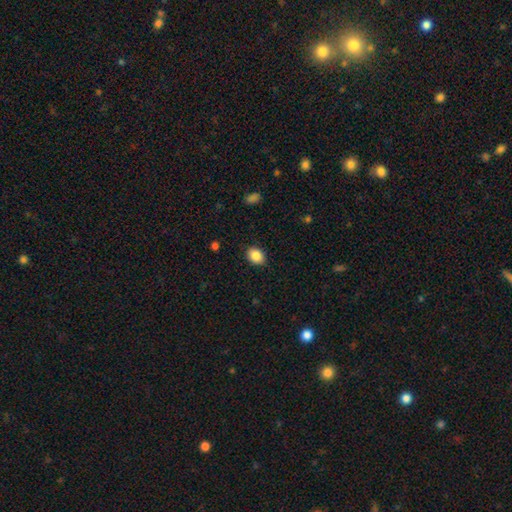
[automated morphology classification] Smooth or featured: smooth — 87% (star or artifact — 9%)
How rounded: in between — 61% (round — 38%)
Merging: none — 88% (minor disturbance — 9%)